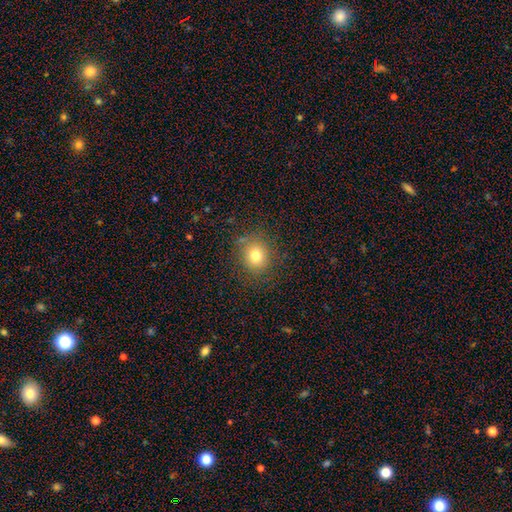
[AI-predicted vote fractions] Smooth or featured: smooth — 76% (star or artifact — 14%)
How rounded: round — 81% (in between — 18%)
Merging: none — 83% (minor disturbance — 11%)